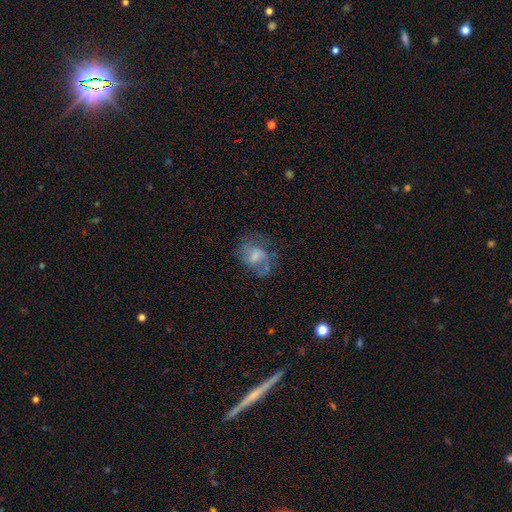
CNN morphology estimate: The model was most divided on "smooth or featured": featured or disk: 51%, smooth: 39%, star or artifact: 10%. Remaining: edge-on disk — no (97%); merging — none (49%).